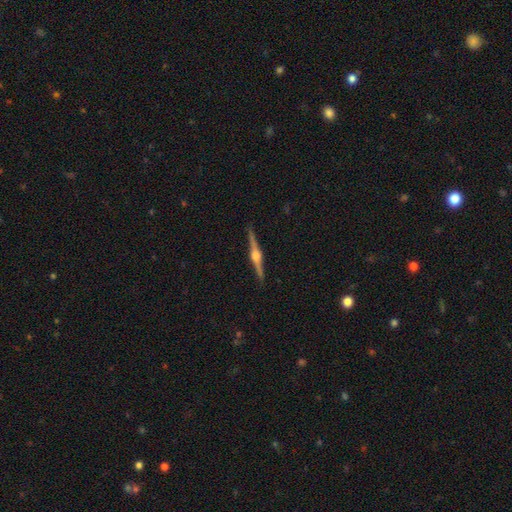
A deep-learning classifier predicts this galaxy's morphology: This is clearly a featured or disk galaxy (87%). It is clearly viewed edge-on (99%). Edge-on bulge: clearly rounded (92%). Merging: clearly none (92%).